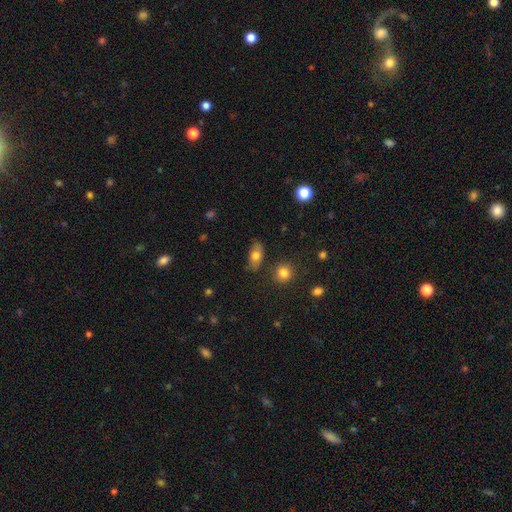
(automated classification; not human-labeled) A smooth galaxy with no disk features (71%) that is in between round and cigar-shaped (84%). Merging: none (76%).